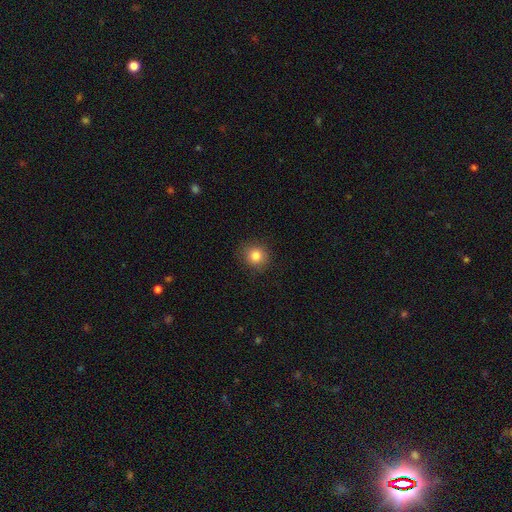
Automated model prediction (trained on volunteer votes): Smooth or featured? smooth (84%)
How rounded? round (88%)
Merging? none (87%)